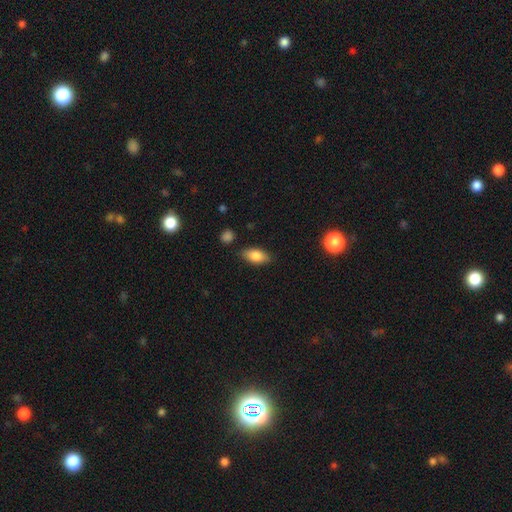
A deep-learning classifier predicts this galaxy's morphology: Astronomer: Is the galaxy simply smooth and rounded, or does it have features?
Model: smooth — 82%.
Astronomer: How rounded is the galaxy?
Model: in between — 88%.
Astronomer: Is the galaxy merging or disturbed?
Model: none — 83%.